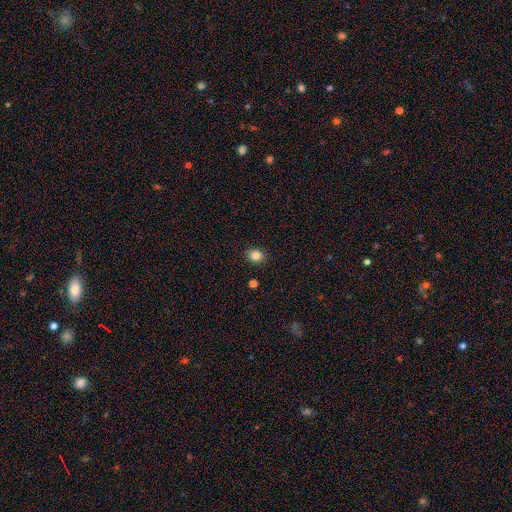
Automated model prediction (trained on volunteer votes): Smooth or featured?
  - smooth: 83% *
  - star or artifact: 11%
  - featured or disk: 5%
How rounded?
  - round: 63% *
  - in between: 36%
  - cigar-shaped: 1%
Merging?
  - none: 89% *
  - minor disturbance: 7%
  - major disturbance: 2%
  - merger: 1%